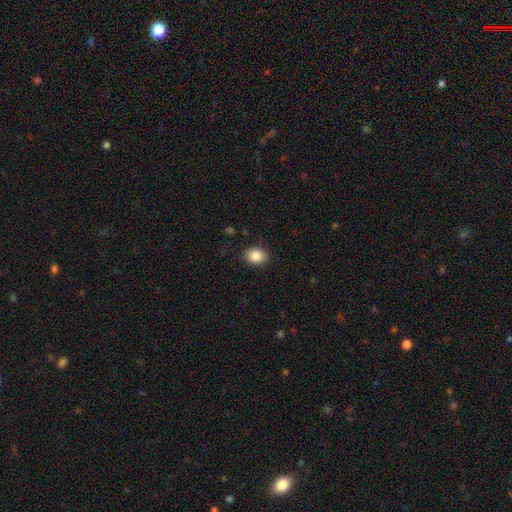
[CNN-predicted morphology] Overall: smooth (87%). How rounded: in between (52%; round 47%). Merging: none (87%).